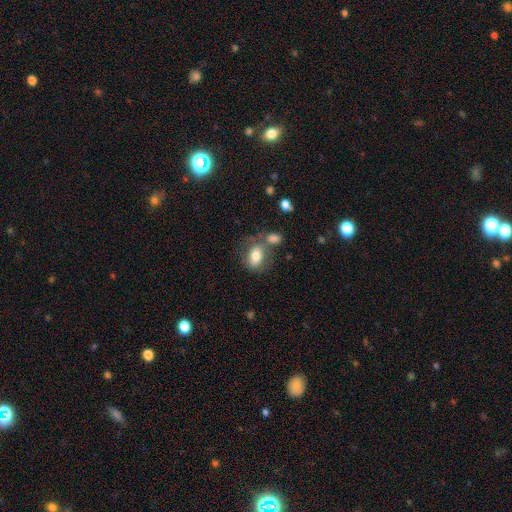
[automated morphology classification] Smooth or featured: smooth — 75% (featured or disk — 17%)
How rounded: in between — 80% (round — 17%)
Merging: none — 52% (merger — 25%)